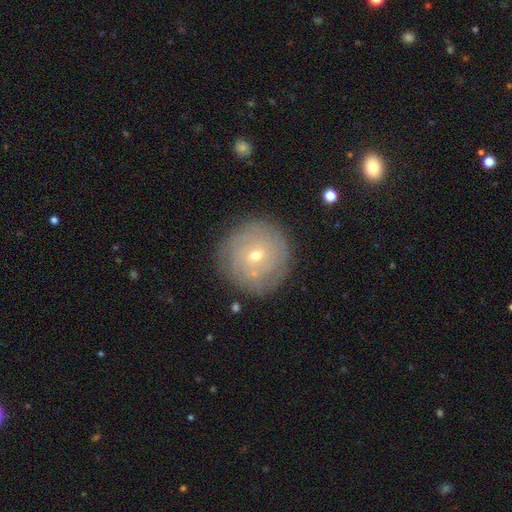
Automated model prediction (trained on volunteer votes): featured or disk 58%, smooth 32%, star or artifact 10%. Down the decision tree: edge-on disk — no (97%); bar — no (68%); spiral arms — yes (74%); bulge size — small (63%); merging — none (84%).